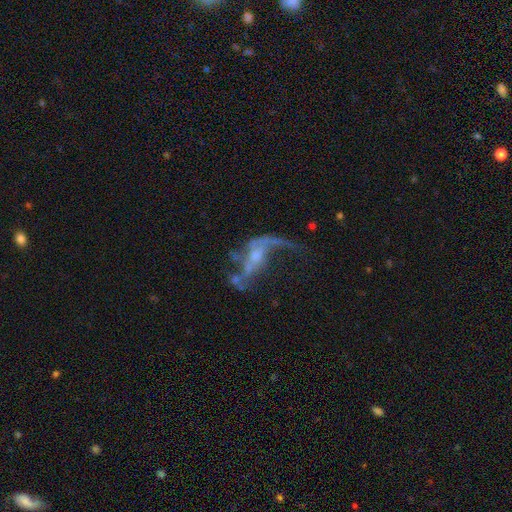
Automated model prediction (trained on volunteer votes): This appears to be a featured or disk galaxy (81%) with no bar (47%), 2 (72%) loose (87%) spiral arms (82%) and a small central bulge (43%). Merging: major disturbance (38%).